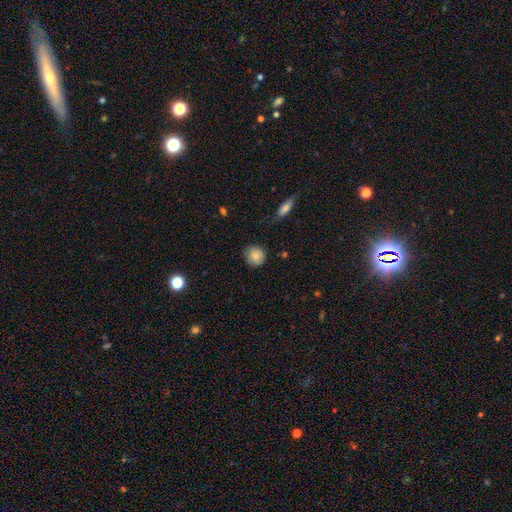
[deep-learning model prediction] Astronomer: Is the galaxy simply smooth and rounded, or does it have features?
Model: smooth — 83%.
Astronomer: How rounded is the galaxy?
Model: round — 88%.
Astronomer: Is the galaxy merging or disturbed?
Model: none — 78%.